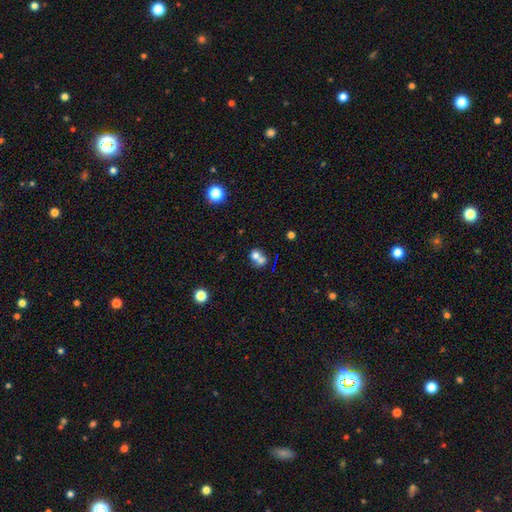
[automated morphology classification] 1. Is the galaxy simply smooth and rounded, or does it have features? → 68% smooth, 20% featured or disk, 12% star or artifact.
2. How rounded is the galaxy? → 64% round, 35% in between, 1% cigar-shaped.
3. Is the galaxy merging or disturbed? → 66% merger, 23% none, 6% minor disturbance, 4% major disturbance.